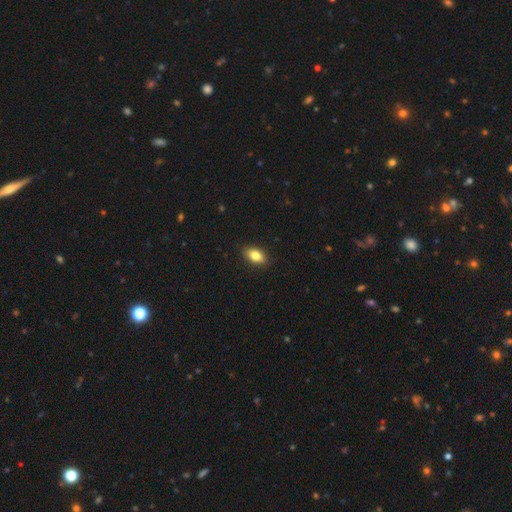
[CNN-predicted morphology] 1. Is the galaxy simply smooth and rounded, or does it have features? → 84% smooth, 9% featured or disk, 8% star or artifact.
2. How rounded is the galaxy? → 90% in between, 6% round, 4% cigar-shaped.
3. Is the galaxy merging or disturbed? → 89% none, 8% minor disturbance, 2% major disturbance, 1% merger.